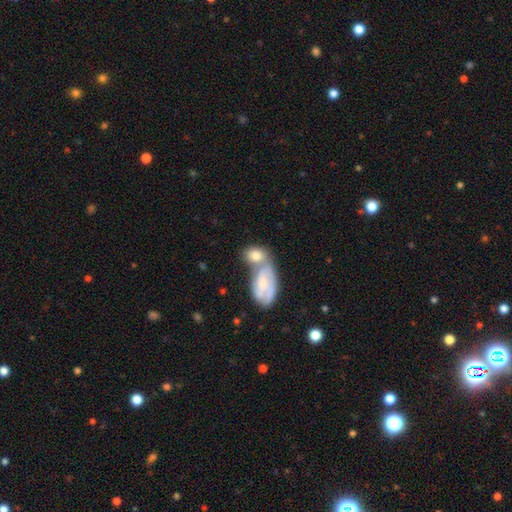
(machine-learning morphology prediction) Q: Smooth or featured?
A: smooth (70%); runner-up: featured or disk (23%)
Q: How rounded?
A: in between (77%); runner-up: round (20%)
Q: Merging?
A: merger (58%); runner-up: none (25%)